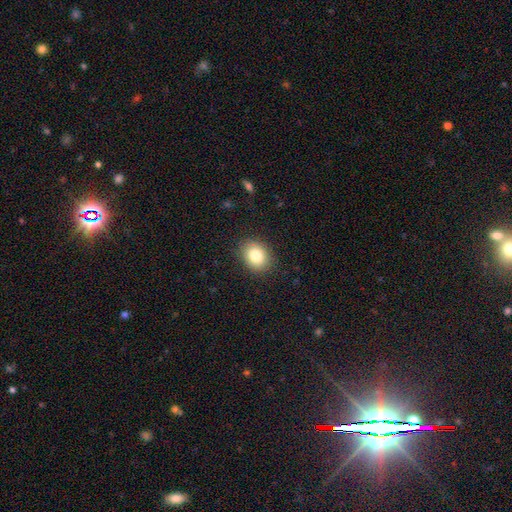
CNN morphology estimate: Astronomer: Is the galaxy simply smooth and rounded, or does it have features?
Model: smooth — 82%.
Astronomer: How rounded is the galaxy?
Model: in between — 51% (runner-up: round, 48%).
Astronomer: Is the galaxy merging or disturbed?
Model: none — 87%.